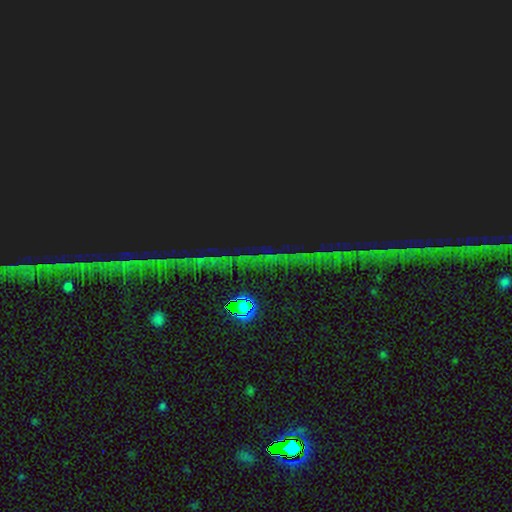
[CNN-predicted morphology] A star or artifact, not a galaxy (86%).